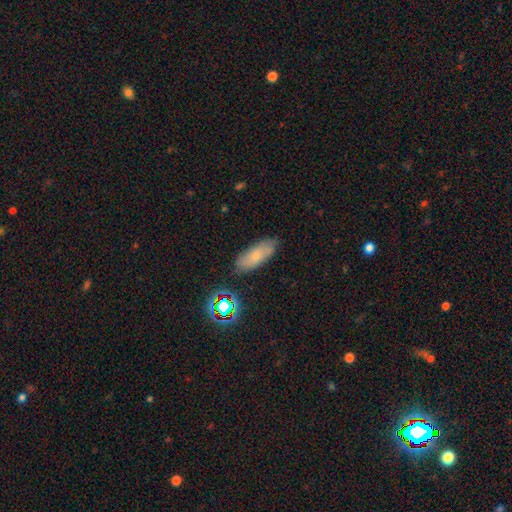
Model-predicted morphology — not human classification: This is likely a smooth galaxy (67%). How rounded: likely in between (72%). Merging: likely none (78%).